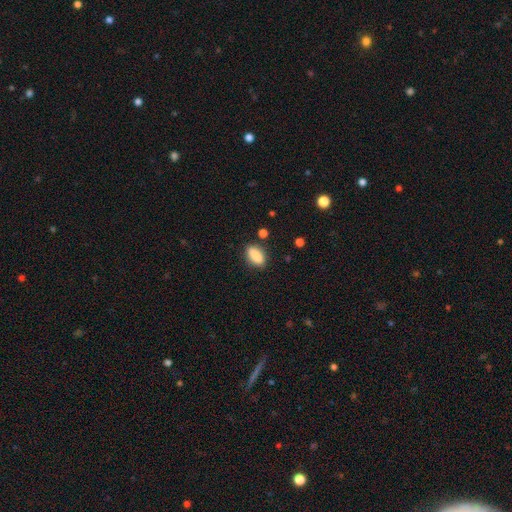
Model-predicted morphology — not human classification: smooth 85%, star or artifact 8%, featured or disk 7%. Down the decision tree: how rounded — in between (76%); merging — none (82%).